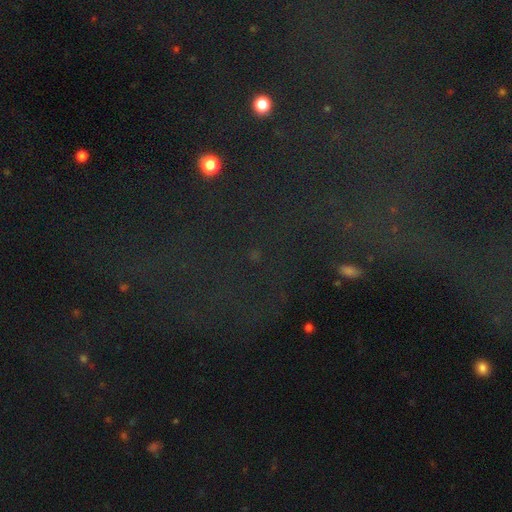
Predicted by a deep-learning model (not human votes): Smooth or featured? Predicted: star or artifact (p=0.72).